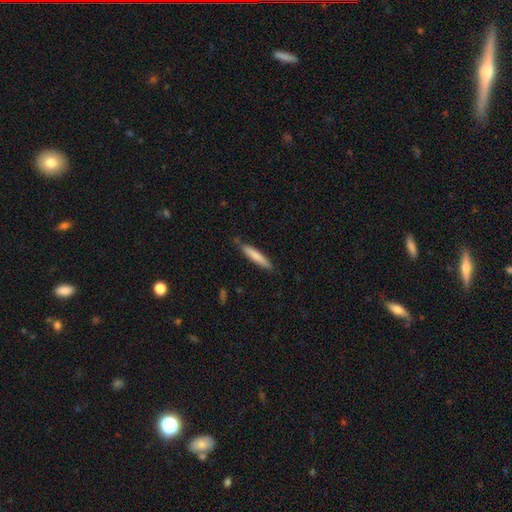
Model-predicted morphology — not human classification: The model was most divided on "smooth or featured": smooth: 77%, featured or disk: 18%, star or artifact: 6%. More confident: how rounded — cigar-shaped (92%); merging — none (82%).